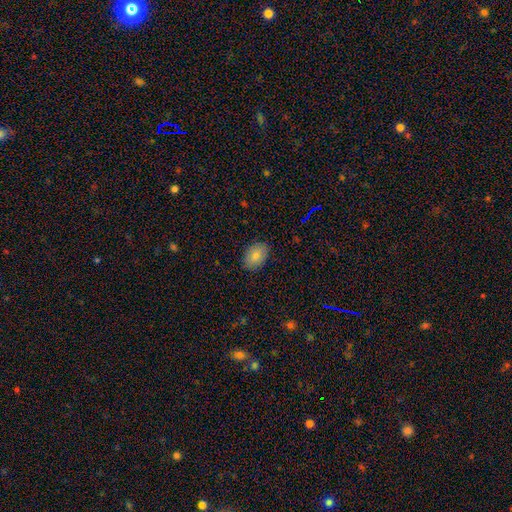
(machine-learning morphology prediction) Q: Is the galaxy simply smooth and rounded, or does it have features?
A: smooth — 83%.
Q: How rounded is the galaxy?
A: in between — 83%.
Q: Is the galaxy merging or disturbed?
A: none — 87%.